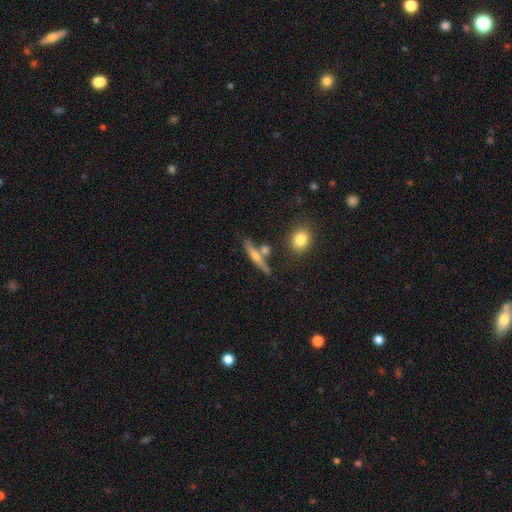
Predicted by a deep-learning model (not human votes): Smooth or featured? Predicted: featured or disk (p=0.58). Edge-on disk? Predicted: yes (p=0.93). Edge-on bulge? Predicted: rounded (p=0.83). Merging? Predicted: none (p=0.72).